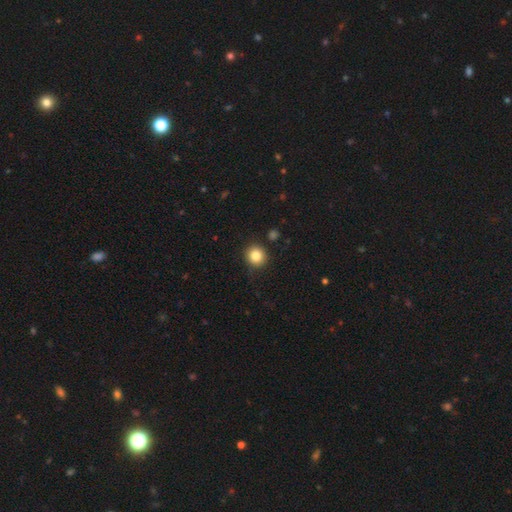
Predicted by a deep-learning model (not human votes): smooth 85%, star or artifact 10%, featured or disk 5%. Down the decision tree: how rounded — round (91%); merging — none (88%).